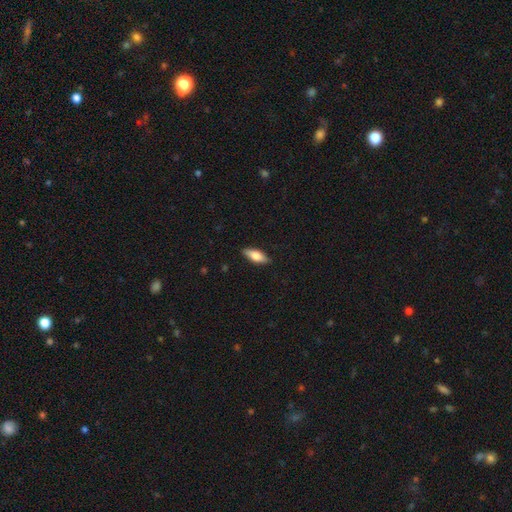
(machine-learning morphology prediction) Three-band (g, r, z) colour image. It shows a smooth galaxy with no disk features (73%) that is in between round and cigar-shaped (71%). Merging: none (87%).